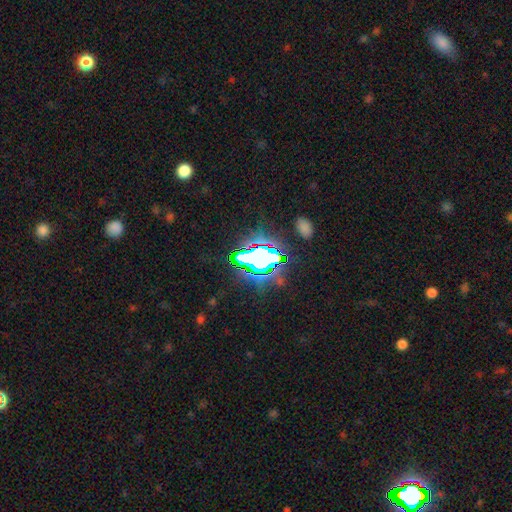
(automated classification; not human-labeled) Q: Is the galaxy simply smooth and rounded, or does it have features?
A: star or artifact — 66%.